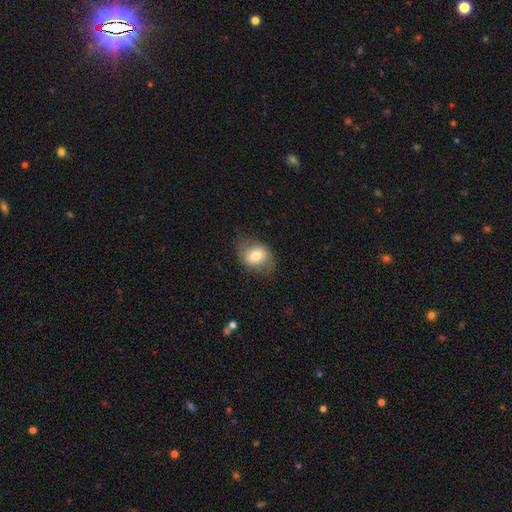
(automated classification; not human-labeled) smooth-or-featured: smooth: 67% | featured or disk: 26% | star or artifact: 8%
  how-rounded: in between: 60% | round: 39% | cigar-shaped: 1%
  merging: none: 69% | minor disturbance: 22% | major disturbance: 8% | merger: 1%